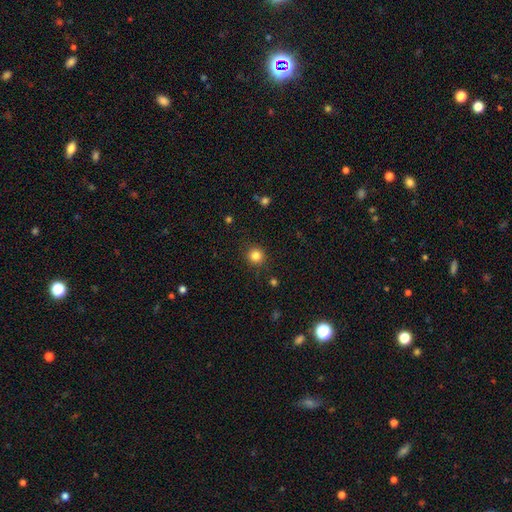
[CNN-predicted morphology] Overall: smooth (83%). How rounded: round (92%). Merging: none (89%).